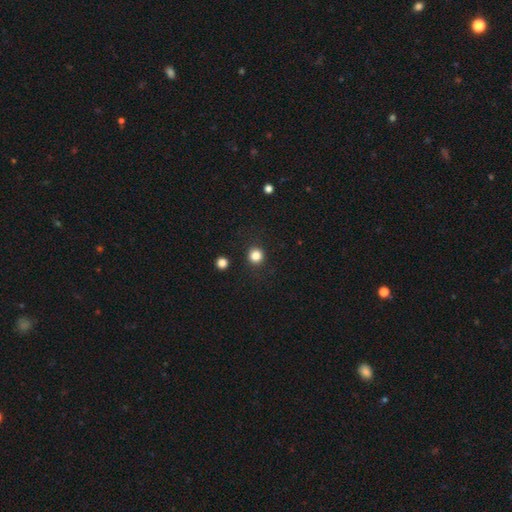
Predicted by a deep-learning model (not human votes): Smooth or featured? Predicted: smooth (p=0.84). How rounded? Predicted: round (p=0.93). Merging? Predicted: none (p=0.91).